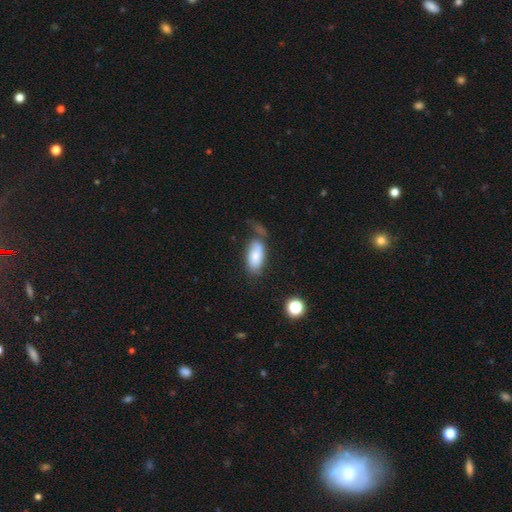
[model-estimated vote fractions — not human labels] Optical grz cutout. It shows a smooth galaxy with no disk features (76%) that is in between round and cigar-shaped (91%). Merging: none (43%).